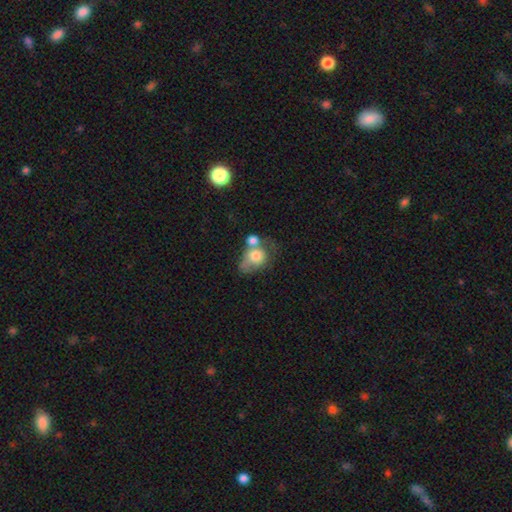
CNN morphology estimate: A smooth galaxy with no disk features (70%) that is round (50%). Merging: merger (50%).